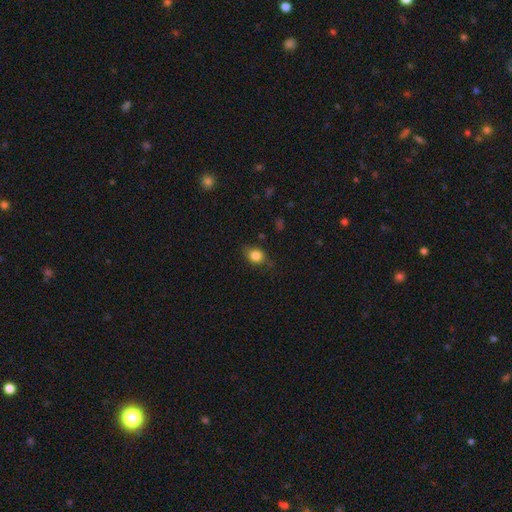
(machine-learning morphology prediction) This is clearly a smooth galaxy (83%). How rounded: possibly in between (58%). Merging: likely none (74%).